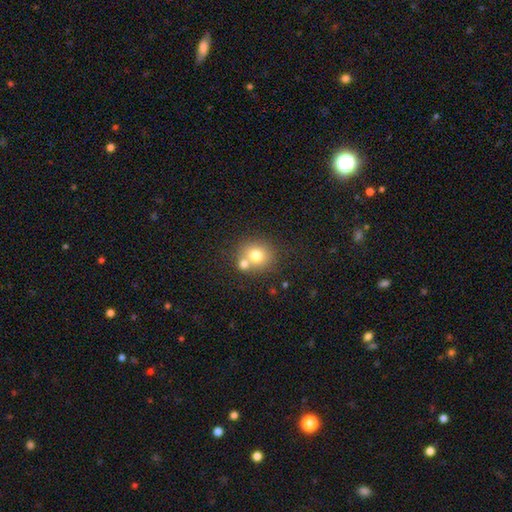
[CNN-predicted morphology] This appears to be a smooth galaxy with no disk features (74%) that is round (83%). Merging: none (52%).